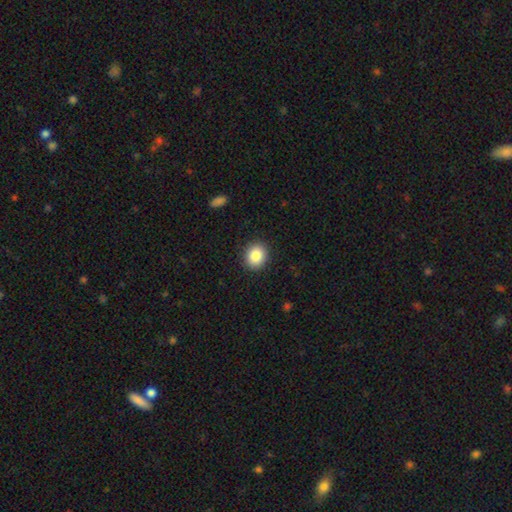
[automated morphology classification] Smooth or featured?
  - smooth: 86% *
  - star or artifact: 8%
  - featured or disk: 6%
How rounded?
  - round: 68% *
  - in between: 31%
  - cigar-shaped: 1%
Merging?
  - none: 90% *
  - minor disturbance: 7%
  - major disturbance: 2%
  - merger: 1%